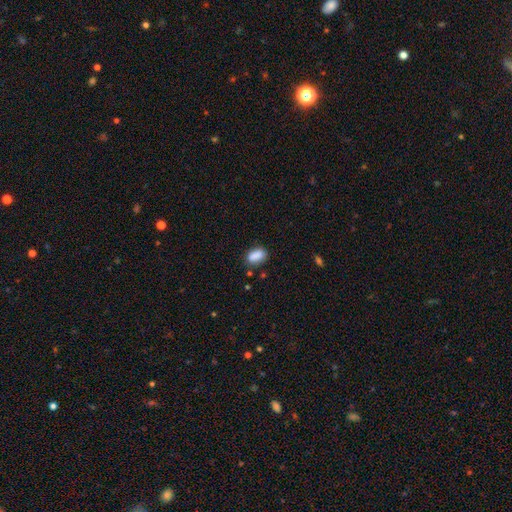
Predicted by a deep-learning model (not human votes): smooth 86%, star or artifact 8%, featured or disk 5%. Down the decision tree: how rounded — in between (84%); merging — none (72%).